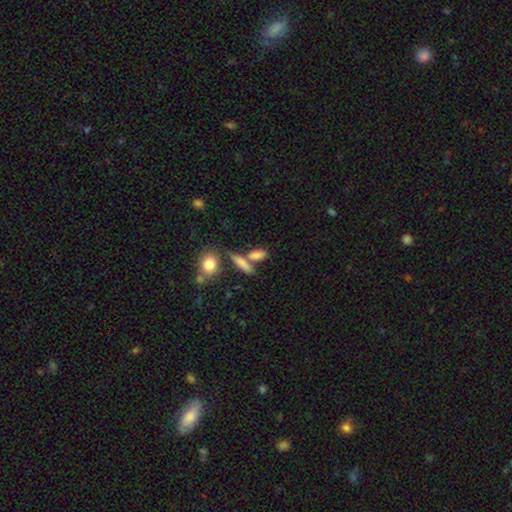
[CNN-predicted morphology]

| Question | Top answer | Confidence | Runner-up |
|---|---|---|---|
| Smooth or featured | smooth | 78% | featured or disk (12%) |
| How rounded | in between | 53% | cigar-shaped (38%) |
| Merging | none | 53% | merger (31%) |